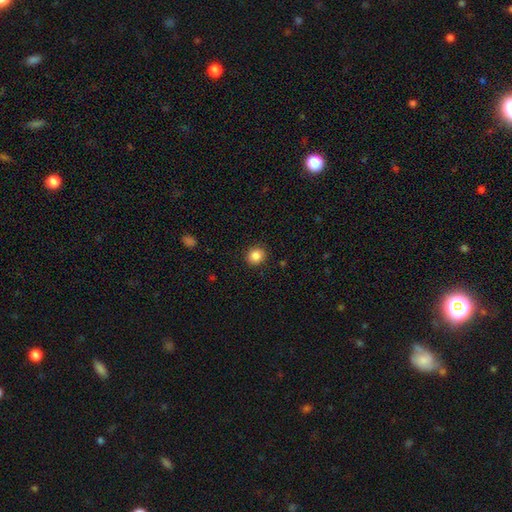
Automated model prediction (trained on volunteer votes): A smooth galaxy with no disk features (86%) that is round (86%).

Vote fractions:
- Smooth or featured? smooth: 86% / star or artifact: 10% / featured or disk: 4%
- How rounded? round: 86% / in between: 13% / cigar-shaped: 1%
- Merging? none: 90% / minor disturbance: 7% / major disturbance: 2% / merger: 1%